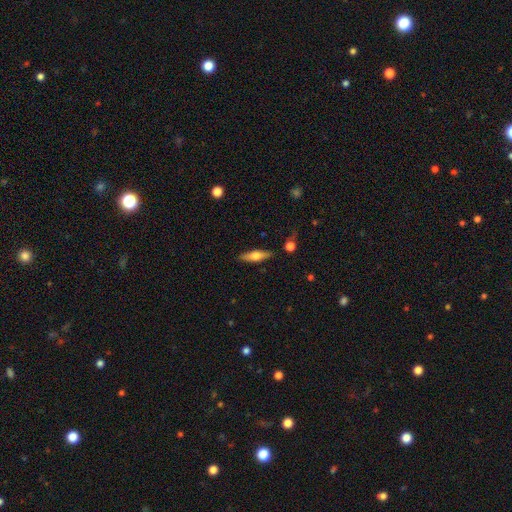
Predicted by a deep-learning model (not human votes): Smooth or featured?
  - featured or disk: 49% *
  - smooth: 45%
  - star or artifact: 6%
Merging?
  - none: 84% *
  - minor disturbance: 10%
  - merger: 3%
  - major disturbance: 3%